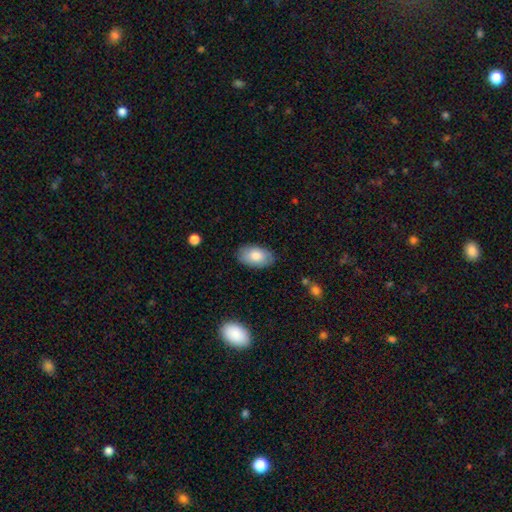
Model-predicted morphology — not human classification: The model was most divided on "smooth or featured": smooth: 80%, featured or disk: 14%, star or artifact: 6%. More confident: how rounded — in between (94%); merging — none (84%).